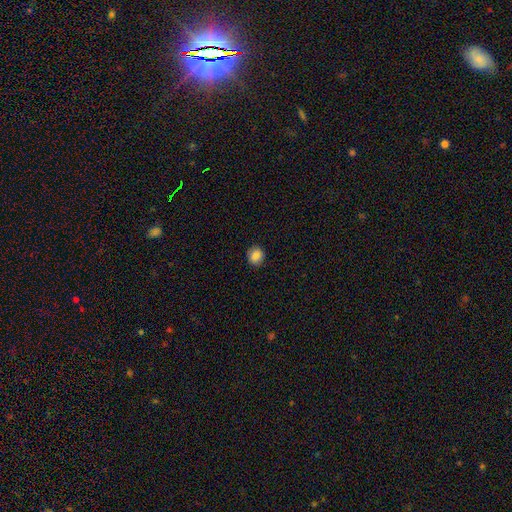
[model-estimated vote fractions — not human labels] Smooth or featured?
  - smooth: 86% *
  - star or artifact: 9%
  - featured or disk: 5%
How rounded?
  - round: 82% *
  - in between: 17%
  - cigar-shaped: 1%
Merging?
  - none: 90% *
  - minor disturbance: 7%
  - major disturbance: 2%
  - merger: 1%